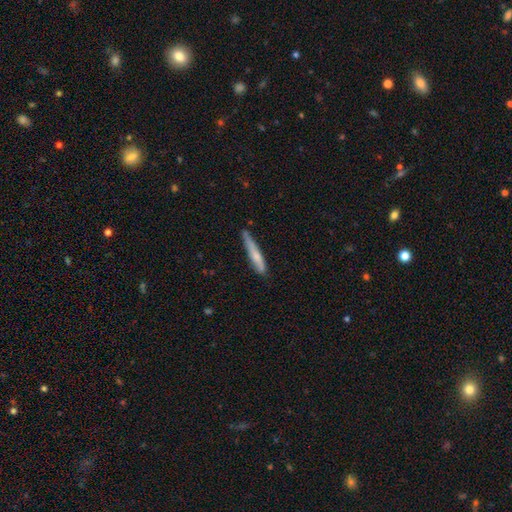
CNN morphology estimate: Overall: smooth (63%; featured or disk 31%). How rounded: cigar-shaped (92%). Merging: none (66%; minor disturbance 27%).